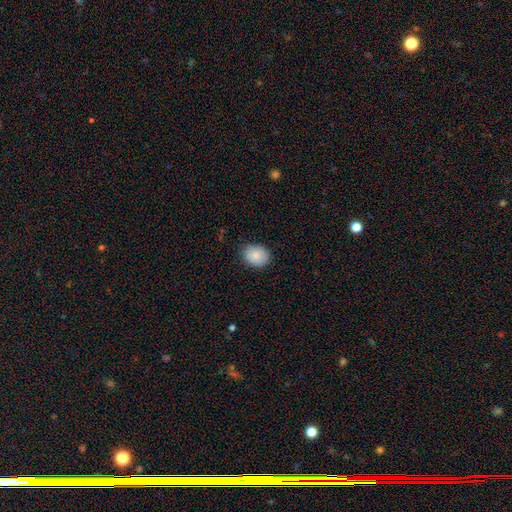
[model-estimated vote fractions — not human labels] Q: Smooth or featured?
A: smooth (85%); runner-up: featured or disk (8%)
Q: How rounded?
A: in between (52%); runner-up: round (47%)
Q: Merging?
A: none (83%); runner-up: minor disturbance (14%)